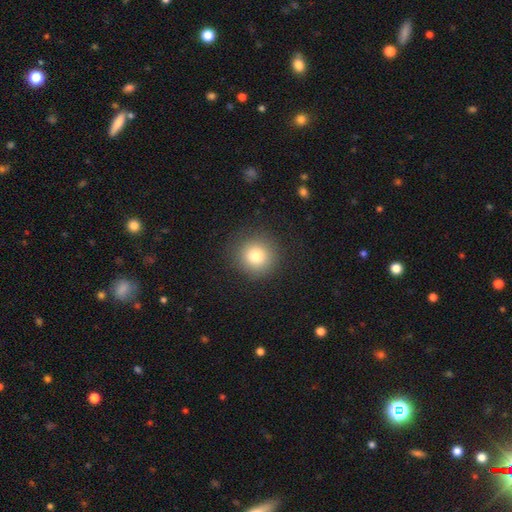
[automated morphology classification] type=smooth (79%); roundness=round (94%); merging=none (89%).